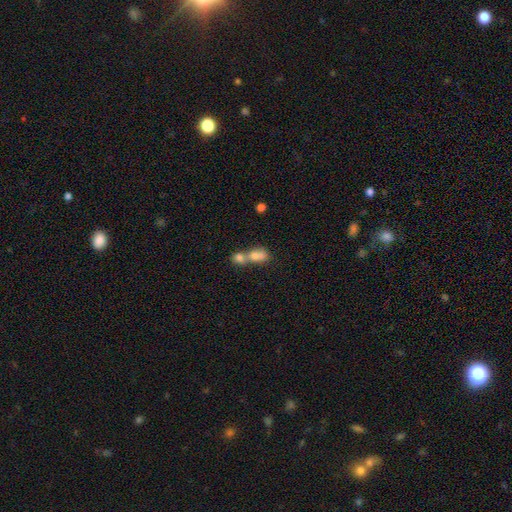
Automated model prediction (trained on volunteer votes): A smooth galaxy with no disk features (70%) that is in between round and cigar-shaped (58%).

Vote fractions:
- Smooth or featured? smooth: 70% / featured or disk: 20% / star or artifact: 10%
- How rounded? in between: 58% / round: 34% / cigar-shaped: 8%
- Merging? merger: 77% / none: 14% / minor disturbance: 5% / major disturbance: 4%